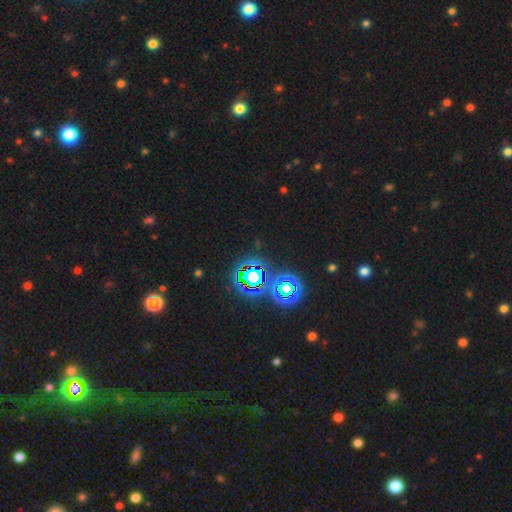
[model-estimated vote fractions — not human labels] smooth-or-featured: star or artifact: 77% | smooth: 16% | featured or disk: 8%